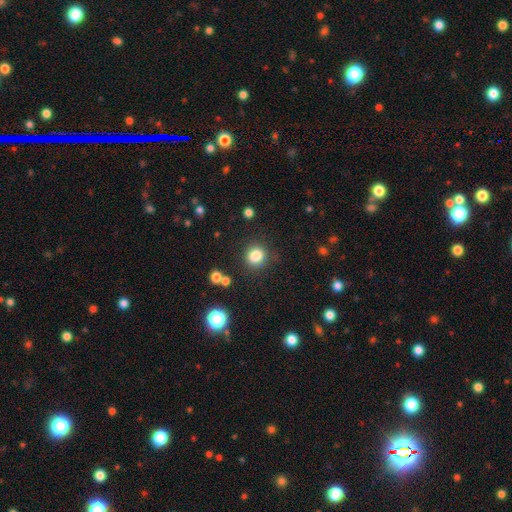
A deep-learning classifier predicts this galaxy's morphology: Smooth or featured?
  - smooth: 83% *
  - star or artifact: 12%
  - featured or disk: 5%
How rounded?
  - round: 82% *
  - in between: 17%
  - cigar-shaped: 1%
Merging?
  - none: 83% *
  - minor disturbance: 10%
  - major disturbance: 4%
  - merger: 3%